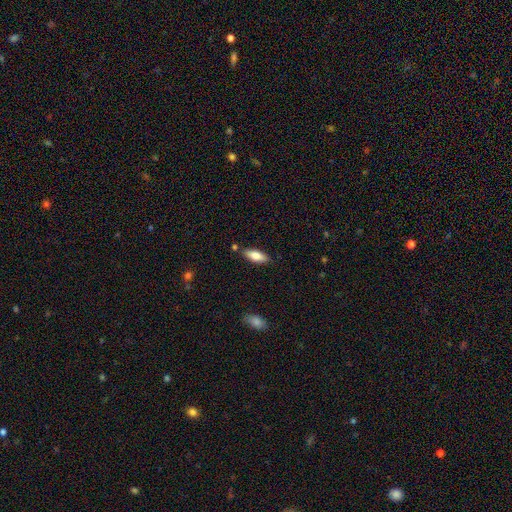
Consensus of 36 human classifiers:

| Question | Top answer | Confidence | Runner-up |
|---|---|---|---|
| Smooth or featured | smooth | 78% | featured or disk (17%) |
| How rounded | in between | 89% | cigar-shaped (11%) |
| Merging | none | 82% | minor disturbance (9%) |